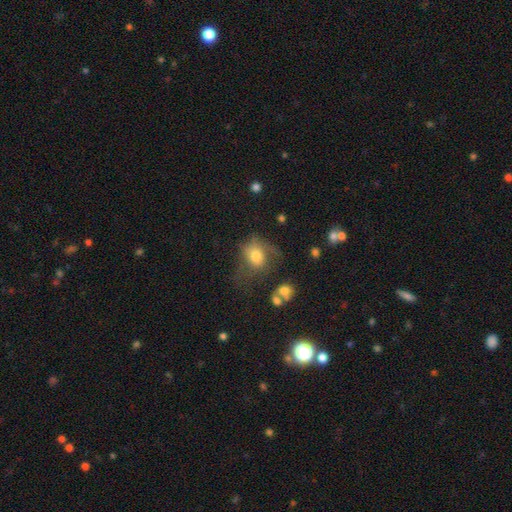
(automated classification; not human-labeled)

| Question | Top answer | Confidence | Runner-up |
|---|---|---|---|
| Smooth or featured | smooth | 67% | featured or disk (23%) |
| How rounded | in between | 51% | round (47%) |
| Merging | major disturbance | 41% | none (29%) |